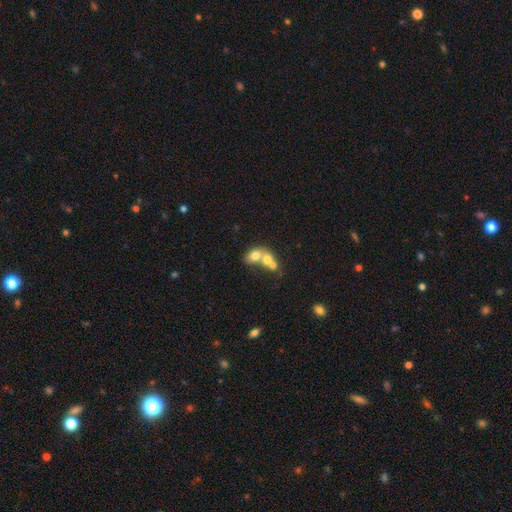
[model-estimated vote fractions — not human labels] Smooth or featured?
  - smooth: 65% *
  - featured or disk: 25%
  - star or artifact: 9%
How rounded?
  - in between: 55% *
  - round: 43%
  - cigar-shaped: 1%
Merging?
  - merger: 72% *
  - none: 18%
  - minor disturbance: 6%
  - major disturbance: 4%